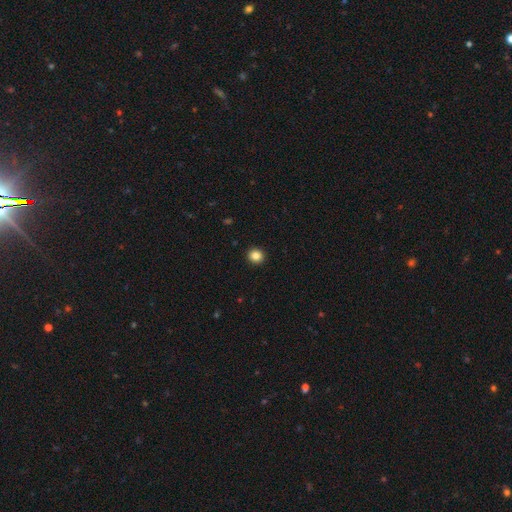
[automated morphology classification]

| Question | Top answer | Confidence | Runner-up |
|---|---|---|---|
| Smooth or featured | smooth | 85% | star or artifact (11%) |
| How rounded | round | 90% | in between (9%) |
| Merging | none | 93% | minor disturbance (4%) |